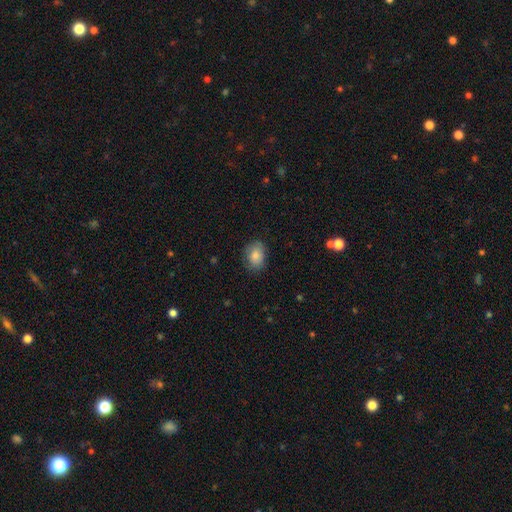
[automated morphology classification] Smooth or featured?
  - smooth: 83% *
  - featured or disk: 9%
  - star or artifact: 8%
How rounded?
  - in between: 69% *
  - round: 30%
  - cigar-shaped: 1%
Merging?
  - none: 77% *
  - minor disturbance: 18%
  - major disturbance: 4%
  - merger: 1%